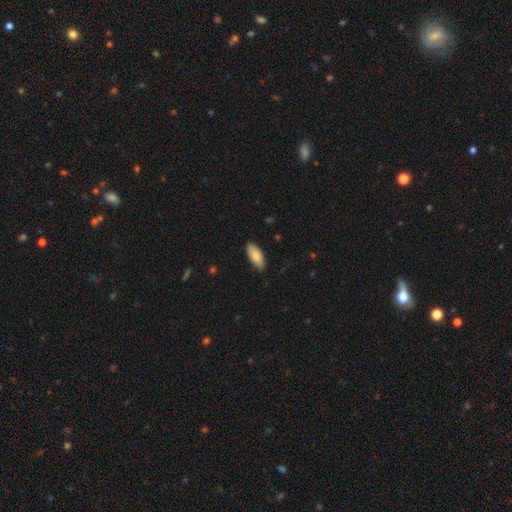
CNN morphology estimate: Smooth or featured? smooth (84%)
How rounded? in between (85%)
Merging? none (80%)